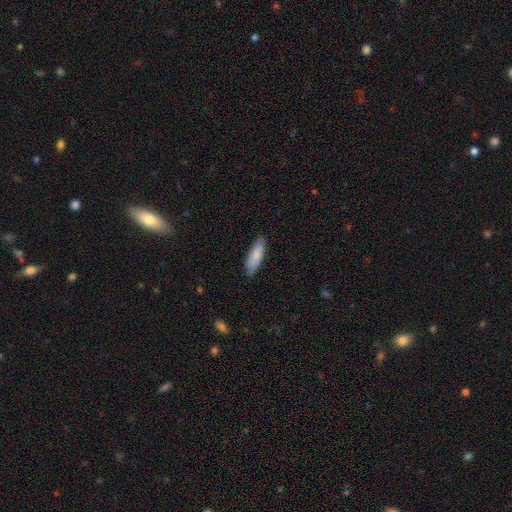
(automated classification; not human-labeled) Smooth or featured? Predicted: smooth (p=0.76). How rounded? Predicted: in between (p=0.53). Merging? Predicted: none (p=0.81).